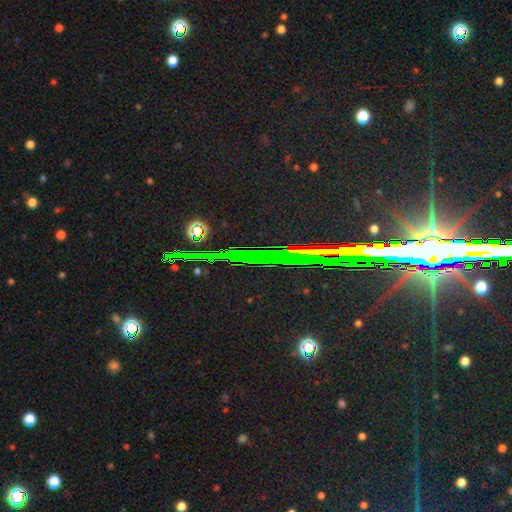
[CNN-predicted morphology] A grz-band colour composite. It shows a star or artifact, not a galaxy (76%).